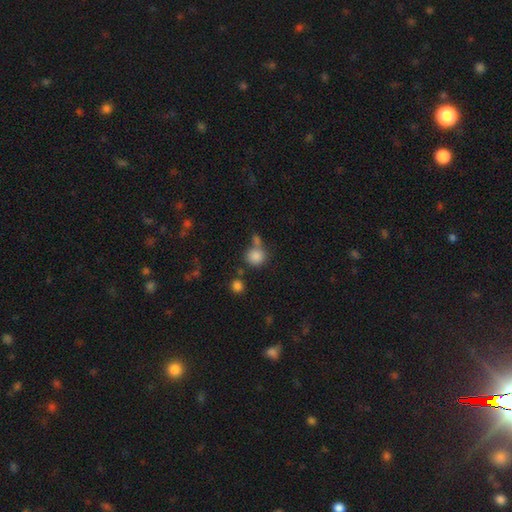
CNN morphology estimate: Smooth or featured?
  - smooth: 83% *
  - star or artifact: 11%
  - featured or disk: 6%
How rounded?
  - round: 86% *
  - in between: 13%
  - cigar-shaped: 1%
Merging?
  - none: 57% *
  - merger: 27%
  - minor disturbance: 11%
  - major disturbance: 5%